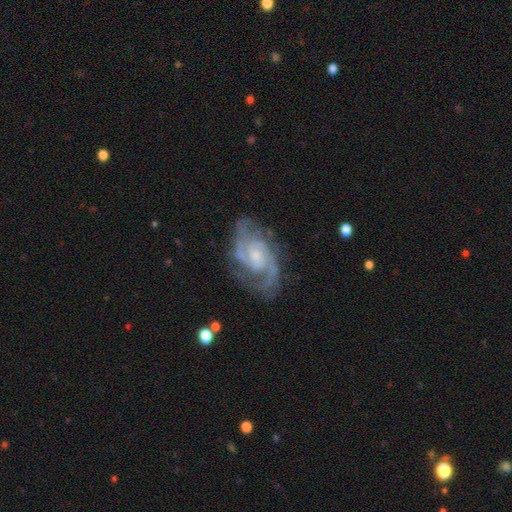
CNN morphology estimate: featured or disk 92%, star or artifact 4%, smooth 4%. Down the decision tree: edge-on disk — no (97%); bar — no (54%); spiral arms — yes (98%); spiral arm count — 2 (77%); spiral winding — medium (48%); bulge size — small (58%); merging — none (74%).